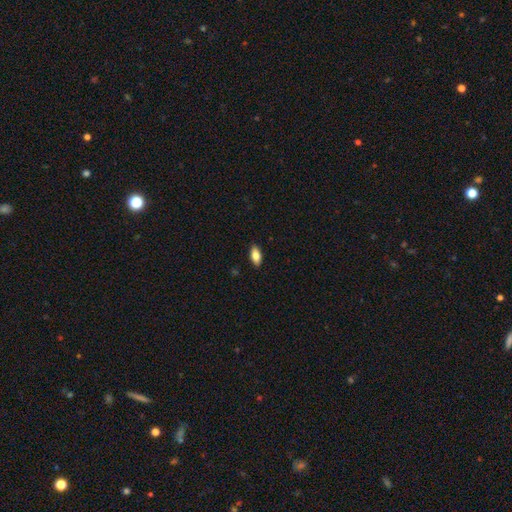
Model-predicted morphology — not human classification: smooth_or_featured: smooth (p=0.81) [alt: featured or disk p=0.12]
how_rounded: in between (p=0.90) [alt: cigar-shaped p=0.07]
merging: none (p=0.89) [alt: minor disturbance p=0.08]